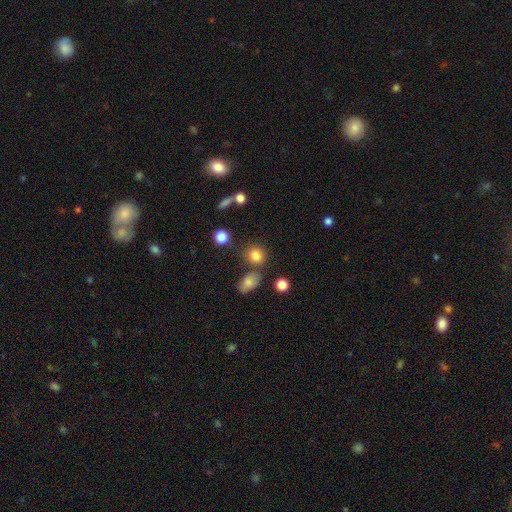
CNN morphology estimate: Smooth or featured? smooth (83%)
How rounded? round (72%)
Merging? none (71%)